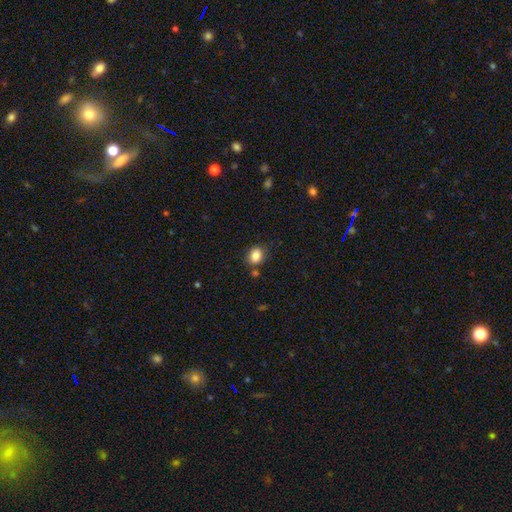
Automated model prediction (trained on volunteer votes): smooth_or_featured: smooth (p=0.85) [alt: star or artifact p=0.09]
how_rounded: in between (p=0.52) [alt: round p=0.47]
merging: none (p=0.77) [alt: minor disturbance p=0.13]